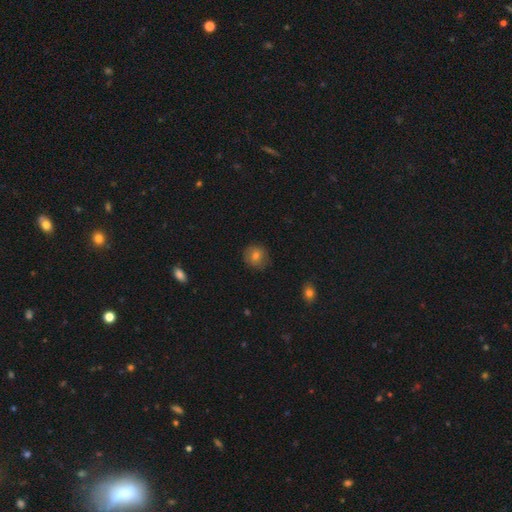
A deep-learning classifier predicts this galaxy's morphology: The model was most divided on "smooth or featured": smooth: 74%, featured or disk: 15%, star or artifact: 11%. More confident: how rounded — round (87%); merging — none (83%).